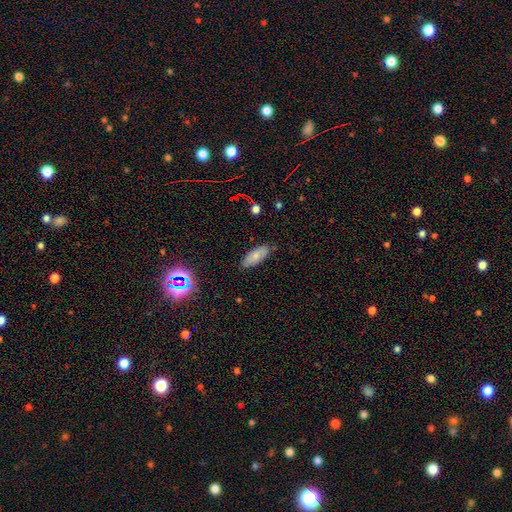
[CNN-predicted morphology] type=smooth (75%); roundness=in between (80%); merging=none (81%).